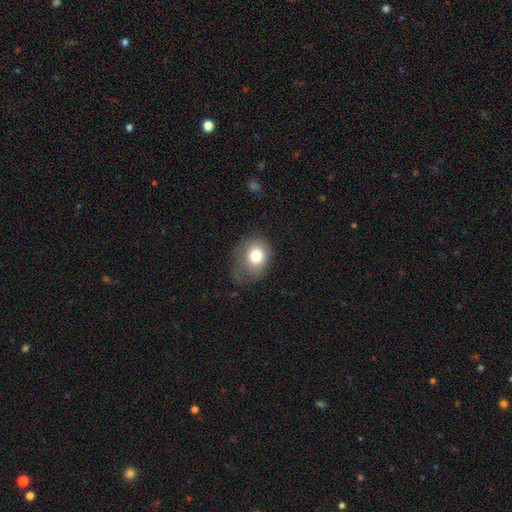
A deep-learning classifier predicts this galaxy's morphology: This is likely a smooth galaxy (76%). How rounded: possibly round (51%). Merging: marginally none (43%).